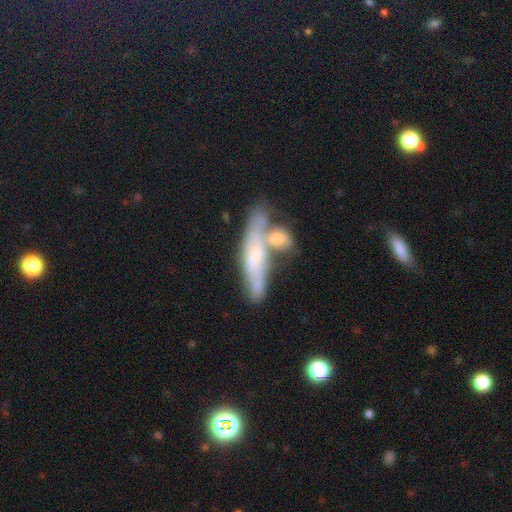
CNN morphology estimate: Q: Smooth or featured?
A: featured or disk (49%); runner-up: smooth (43%)
Q: Merging?
A: merger (46%); runner-up: none (32%)